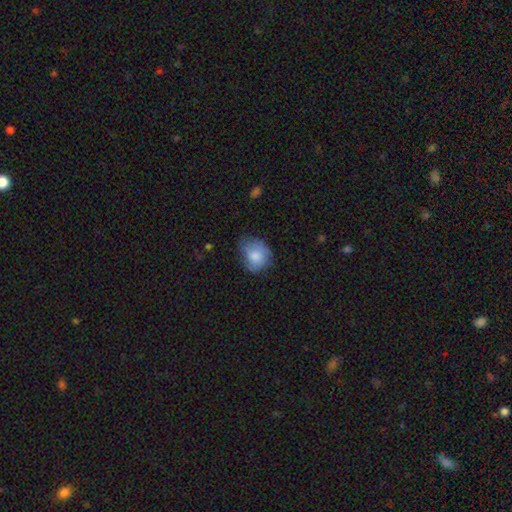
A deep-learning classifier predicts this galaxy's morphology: Smooth or featured? smooth (76%)
How rounded? round (61%)
Merging? none (51%)